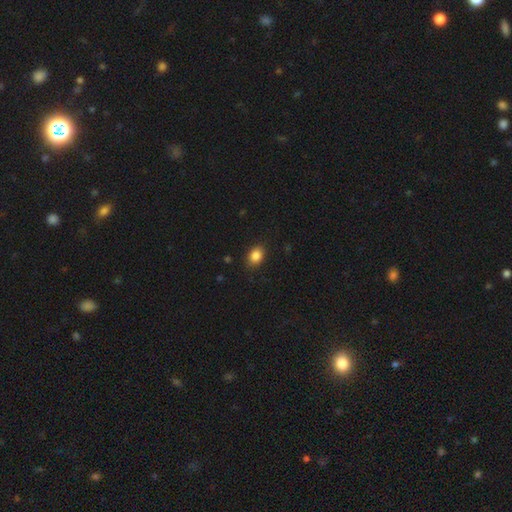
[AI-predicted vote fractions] A smooth galaxy with no disk features (86%) that is in between round and cigar-shaped (69%). Merging: none (85%).